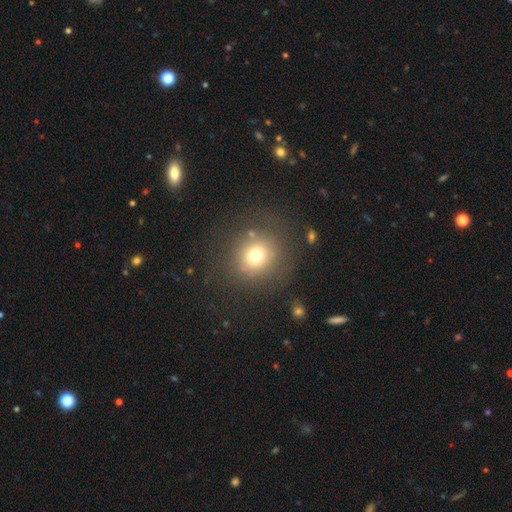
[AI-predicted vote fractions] A smooth galaxy with no disk features (71%) that is round (87%). Merging: none (77%).